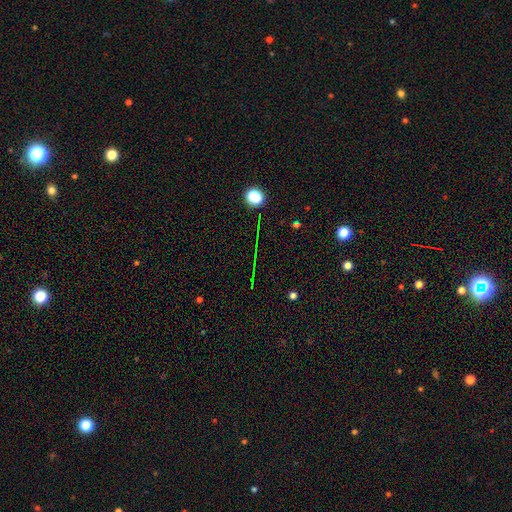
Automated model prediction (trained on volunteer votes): smooth_or_featured: star or artifact (p=0.74) [alt: smooth p=0.14]